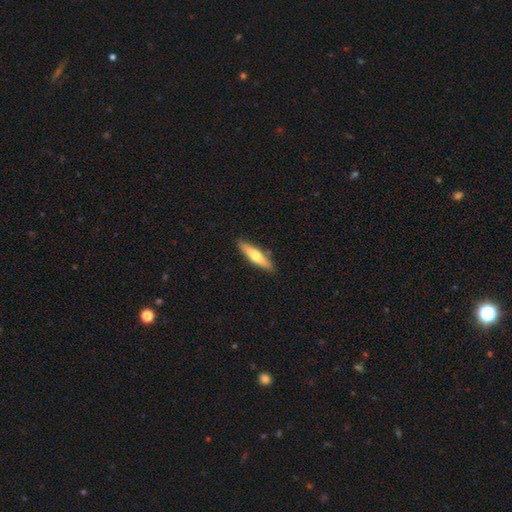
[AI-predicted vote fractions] This appears to be a smooth galaxy with no disk features (54%) that is cigar-shaped (78%). Merging: none (87%).